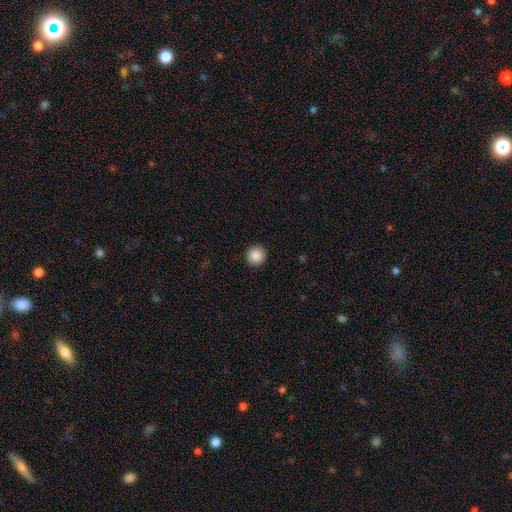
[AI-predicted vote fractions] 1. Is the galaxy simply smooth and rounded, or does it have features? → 88% smooth, 9% star or artifact, 3% featured or disk.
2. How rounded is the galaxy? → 91% round, 8% in between, 1% cigar-shaped.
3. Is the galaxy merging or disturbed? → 92% none, 5% minor disturbance, 2% major disturbance, 1% merger.